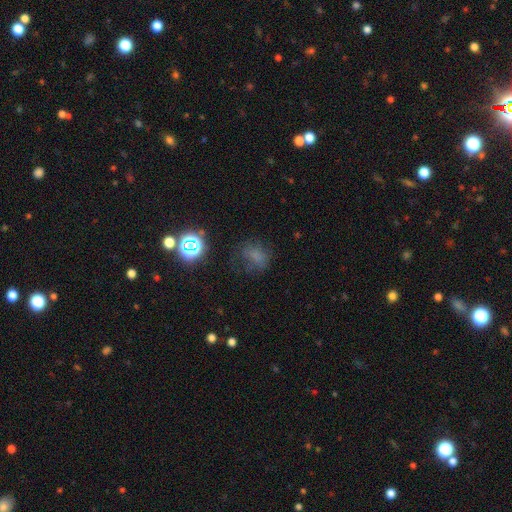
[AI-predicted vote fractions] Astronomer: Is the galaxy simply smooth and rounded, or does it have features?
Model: smooth — 58%.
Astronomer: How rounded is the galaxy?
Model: round — 53% (runner-up: in between, 45%).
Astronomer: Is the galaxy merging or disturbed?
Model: none — 56%.